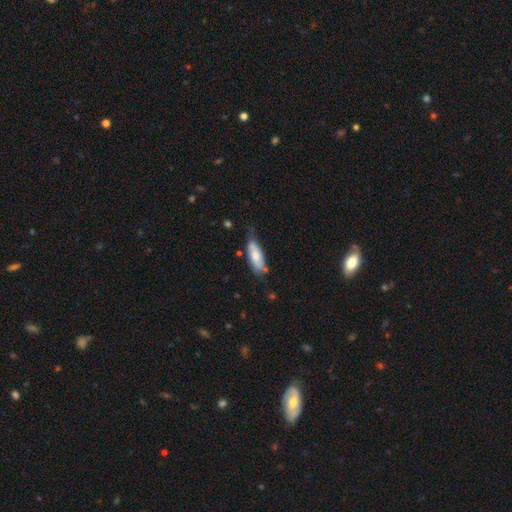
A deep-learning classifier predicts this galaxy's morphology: smooth_or_featured: smooth (p=0.67) [alt: featured or disk p=0.27]
how_rounded: in between (p=0.66) [alt: cigar-shaped p=0.32]
merging: none (p=0.57) [alt: minor disturbance p=0.32]